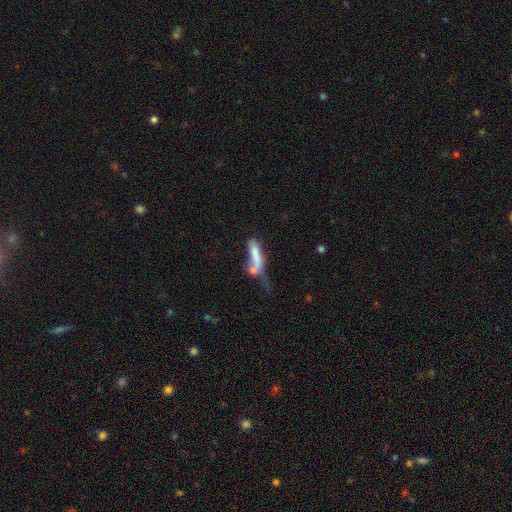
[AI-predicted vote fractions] Morphology: type=smooth (63%); roundness=cigar-shaped (59%); merging=merger (41%).